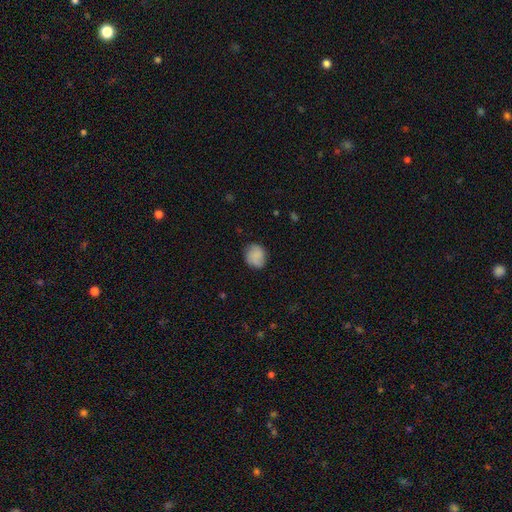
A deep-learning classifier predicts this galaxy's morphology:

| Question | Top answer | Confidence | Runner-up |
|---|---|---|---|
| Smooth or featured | smooth | 81% | featured or disk (11%) |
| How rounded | round | 74% | in between (25%) |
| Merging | none | 79% | minor disturbance (16%) |